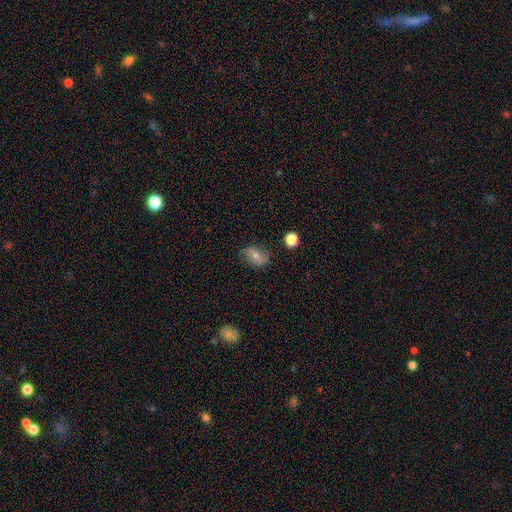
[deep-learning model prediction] A smooth galaxy with no disk features (45%).

Vote fractions:
- Smooth or featured? smooth: 45% / featured or disk: 43% / star or artifact: 12%
- Merging? none: 76% / minor disturbance: 18% / major disturbance: 5% / merger: 2%